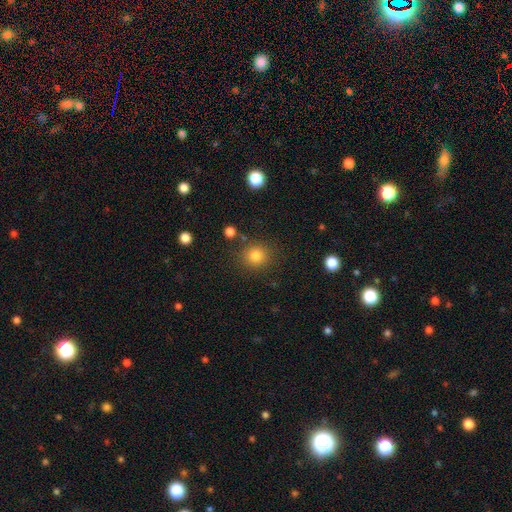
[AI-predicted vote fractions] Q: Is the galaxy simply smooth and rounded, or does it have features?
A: smooth — 82%.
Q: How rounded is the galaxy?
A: round — 88%.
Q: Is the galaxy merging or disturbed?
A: none — 85%.